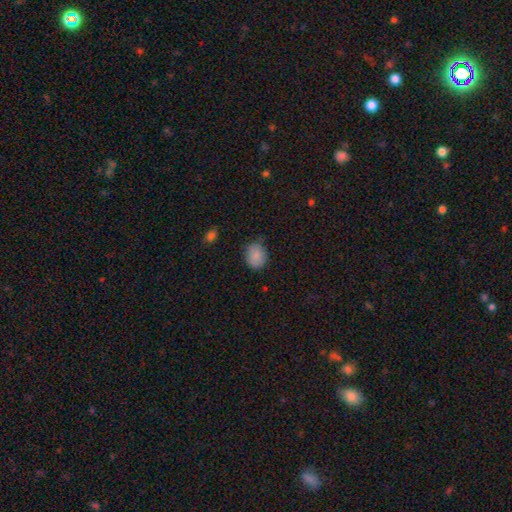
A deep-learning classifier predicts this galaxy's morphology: The model was most divided on "how rounded": round: 50%, in between: 49%, cigar-shaped: 1%. More confident: smooth or featured — smooth (86%); merging — none (74%).